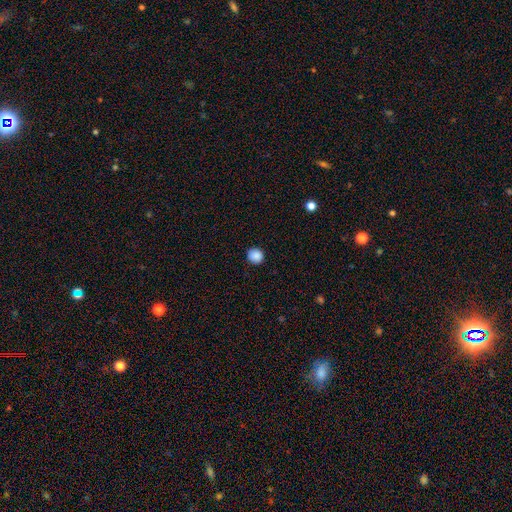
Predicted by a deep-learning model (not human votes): Overall: smooth (88%). How rounded: round (92%). Merging: none (90%).